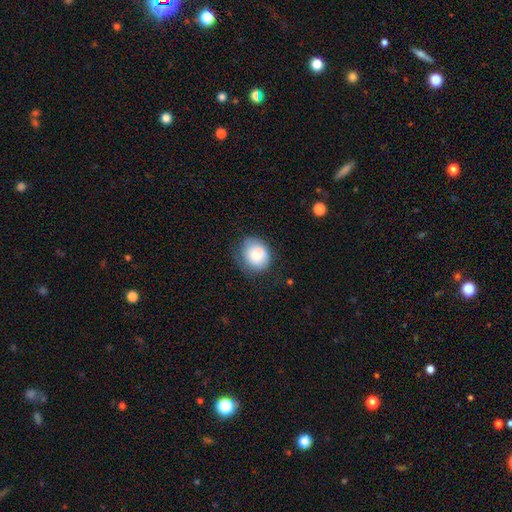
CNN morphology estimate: Q: Smooth or featured?
A: smooth (76%); runner-up: featured or disk (16%)
Q: How rounded?
A: round (70%); runner-up: in between (29%)
Q: Merging?
A: none (61%); runner-up: minor disturbance (25%)